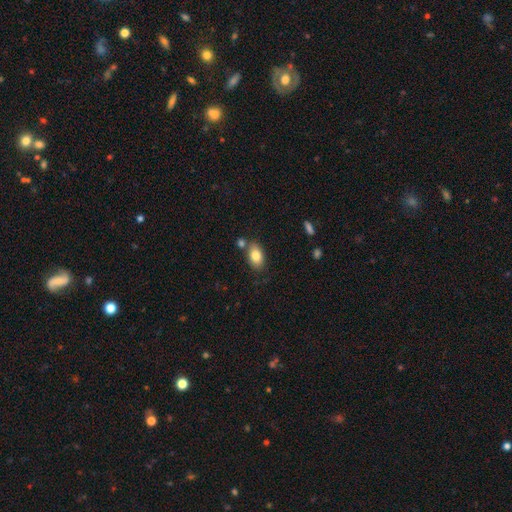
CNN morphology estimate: smooth 82%, featured or disk 10%, star or artifact 8%. Down the decision tree: how rounded — in between (90%); merging — none (71%).